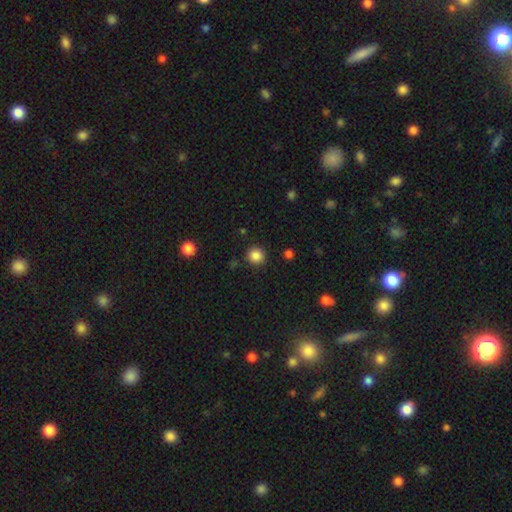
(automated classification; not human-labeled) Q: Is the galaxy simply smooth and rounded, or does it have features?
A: smooth — 86%.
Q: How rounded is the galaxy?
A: round — 93%.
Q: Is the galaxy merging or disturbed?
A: none — 90%.